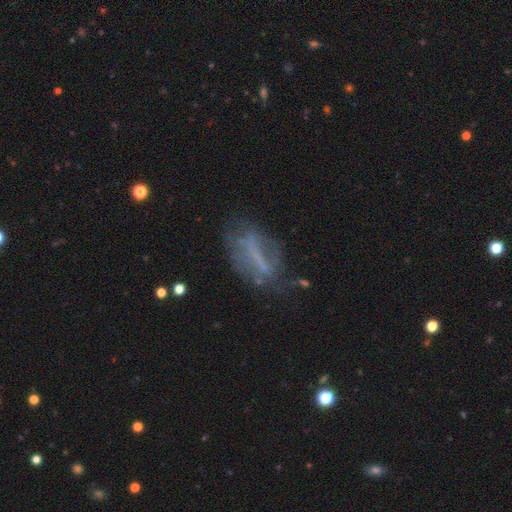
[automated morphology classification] Q: Smooth or featured?
A: featured or disk (55%); runner-up: smooth (31%)
Q: Edge-on disk?
A: no (82%); runner-up: yes (18%)
Q: Merging?
A: none (53%); runner-up: minor disturbance (24%)